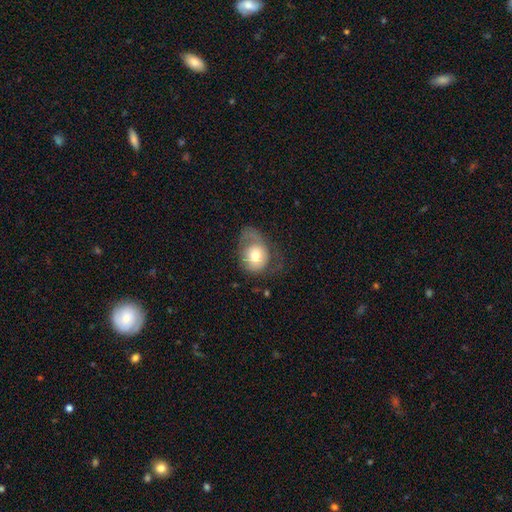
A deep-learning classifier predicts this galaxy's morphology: type=smooth (63%); roundness=round (51%); merging=major disturbance (39%).